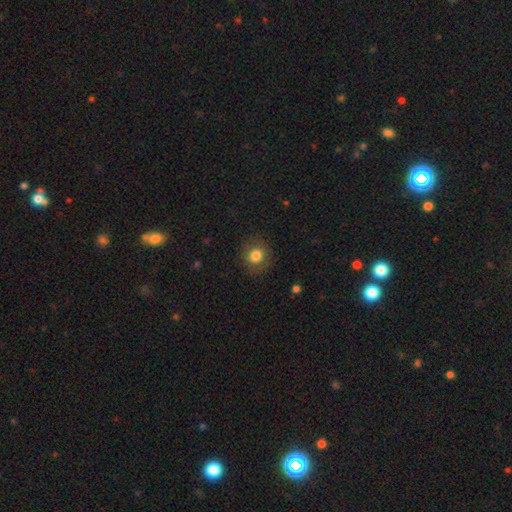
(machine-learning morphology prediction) smooth-or-featured: smooth: 80% | featured or disk: 10% | star or artifact: 10%
  how-rounded: round: 79% | in between: 20% | cigar-shaped: 1%
  merging: none: 84% | minor disturbance: 11% | major disturbance: 4% | merger: 1%